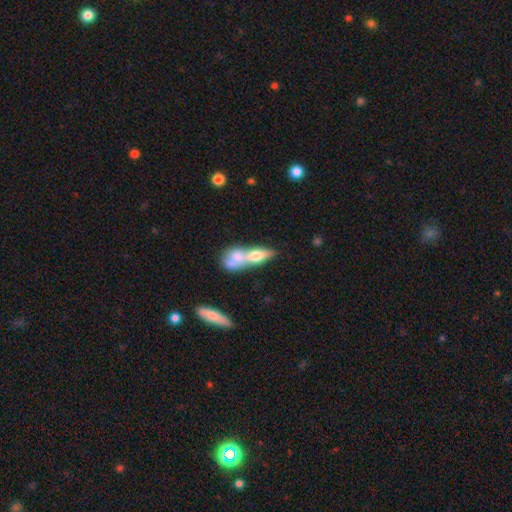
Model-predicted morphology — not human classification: This appears to be a smooth galaxy with no disk features (56%) that is in between round and cigar-shaped (54%). Merging: merger (66%).